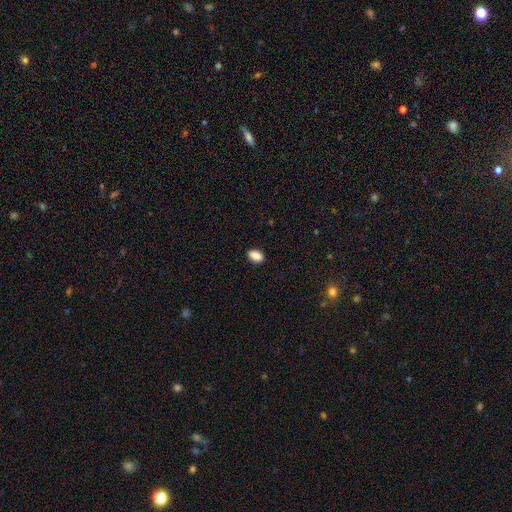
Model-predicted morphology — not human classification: smooth_or_featured: smooth (p=0.89) [alt: star or artifact p=0.08]
how_rounded: in between (p=0.89) [alt: round p=0.09]
merging: none (p=0.89) [alt: minor disturbance p=0.08]